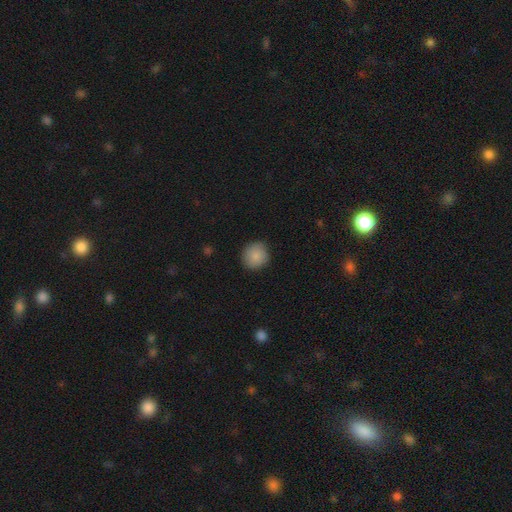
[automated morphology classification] Q: Smooth or featured?
A: smooth (87%); runner-up: star or artifact (8%)
Q: How rounded?
A: round (89%); runner-up: in between (10%)
Q: Merging?
A: none (88%); runner-up: minor disturbance (9%)